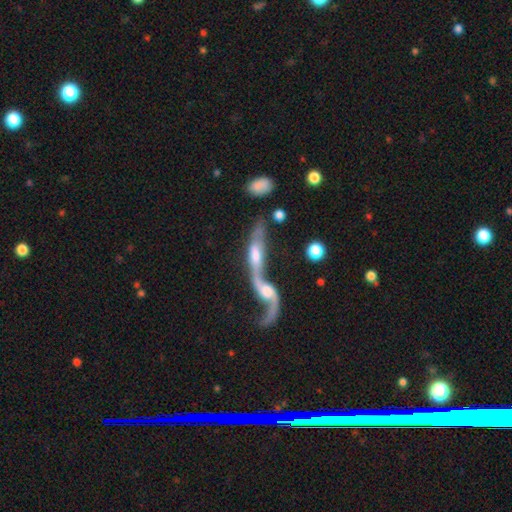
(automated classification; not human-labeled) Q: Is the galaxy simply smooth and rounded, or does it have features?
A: featured or disk — 65%.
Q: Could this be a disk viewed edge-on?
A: no — 70%.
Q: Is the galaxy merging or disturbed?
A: merger — 70%.